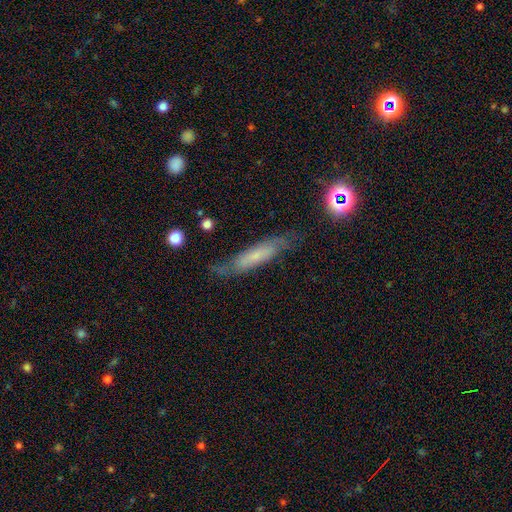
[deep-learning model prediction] A featured or disk galaxy (47%). Merging: none (67%).